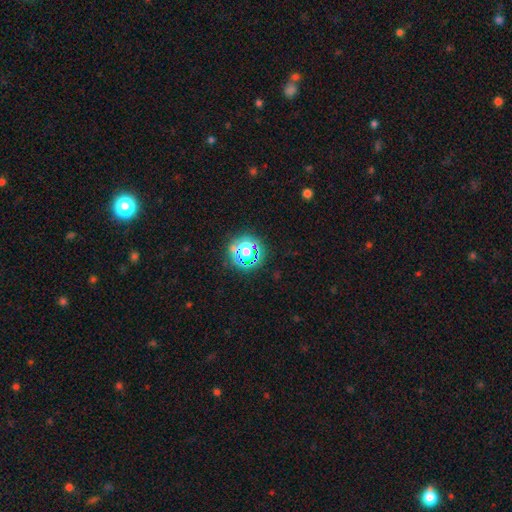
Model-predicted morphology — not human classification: This is likely a star or artifact rather than a galaxy (68%).